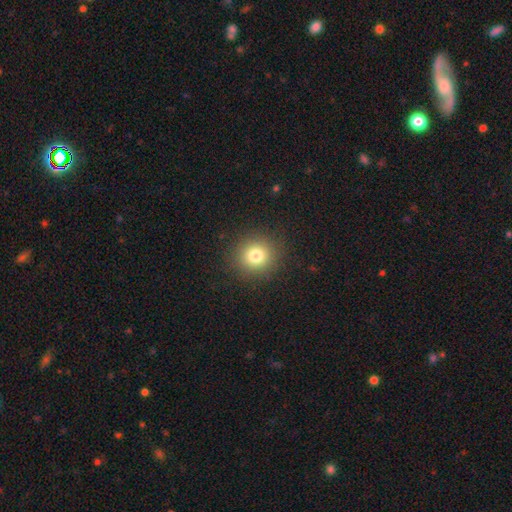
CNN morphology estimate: smooth 79%, star or artifact 13%, featured or disk 8%. Down the decision tree: how rounded — round (90%); merging — none (90%).